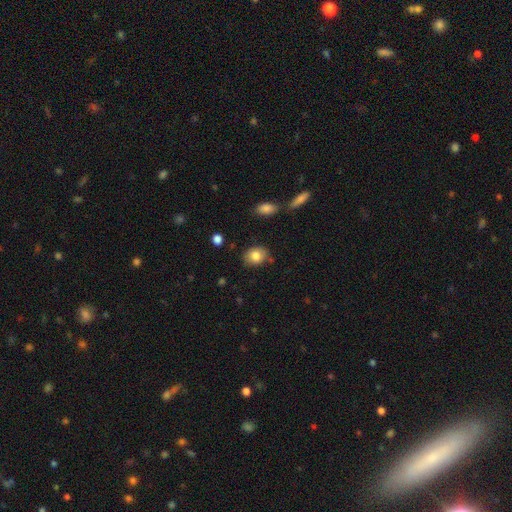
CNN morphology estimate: The model was most divided on "how rounded": in between: 53%, round: 46%, cigar-shaped: 1%. More confident: smooth or featured — smooth (81%); merging — none (80%).